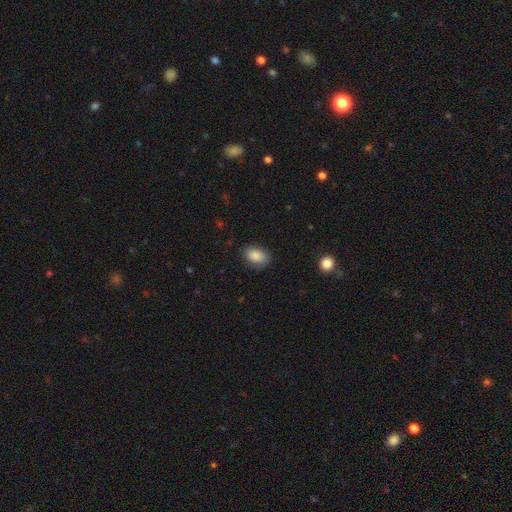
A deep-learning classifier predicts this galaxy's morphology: A smooth galaxy with no disk features (86%) that is in between round and cigar-shaped (84%). Merging: none (77%).